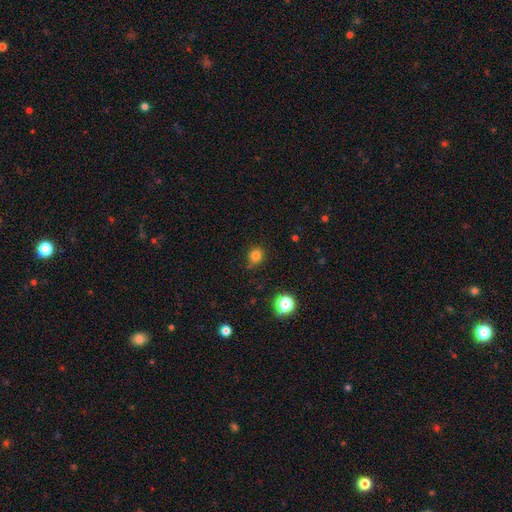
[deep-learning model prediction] Q: Smooth or featured?
A: smooth (81%); runner-up: star or artifact (15%)
Q: How rounded?
A: round (82%); runner-up: in between (17%)
Q: Merging?
A: none (81%); runner-up: minor disturbance (14%)